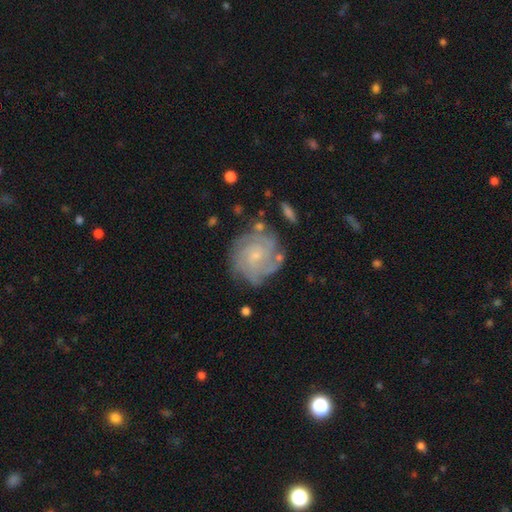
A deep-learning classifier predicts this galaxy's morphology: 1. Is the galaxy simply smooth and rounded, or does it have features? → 81% featured or disk, 12% smooth, 7% star or artifact.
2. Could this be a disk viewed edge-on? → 98% no, 2% yes.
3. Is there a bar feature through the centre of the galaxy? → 69% no, 27% weak, 4% strong.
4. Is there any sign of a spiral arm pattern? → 95% yes, 5% no.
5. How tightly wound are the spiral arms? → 71% tight, 24% medium, 6% loose.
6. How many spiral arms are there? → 33% can't tell, 21% 4, 19% 3, 13% 2, 7% more than 4, 6% 1.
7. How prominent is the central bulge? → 73% small, 19% moderate, 5% none, 1% large, 1% dominant.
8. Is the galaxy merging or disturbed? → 74% none, 17% minor disturbance, 6% major disturbance, 4% merger.